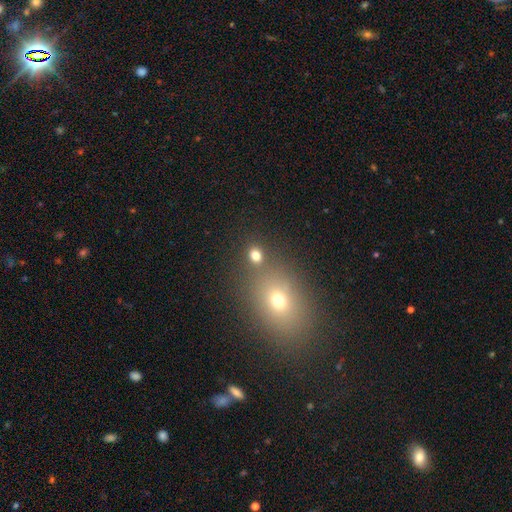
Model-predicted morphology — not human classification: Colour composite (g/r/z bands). It shows a smooth galaxy with no disk features (76%) that is round (66%). Merging: none (70%).